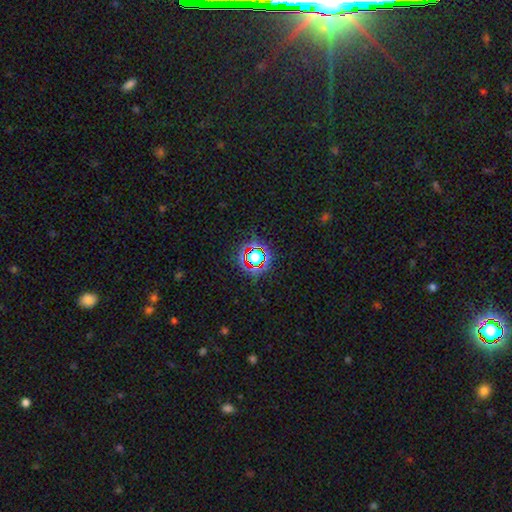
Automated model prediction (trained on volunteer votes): A star or artifact, not a galaxy (65%).

Vote fractions:
- Smooth or featured? star or artifact: 65% / smooth: 23% / featured or disk: 12%